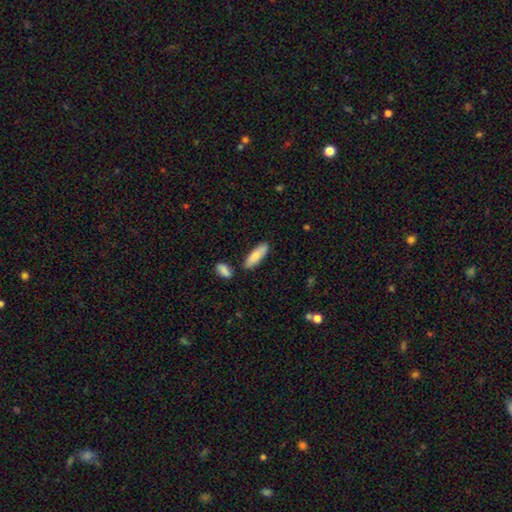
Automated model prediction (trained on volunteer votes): smooth 82%, featured or disk 12%, star or artifact 6%. Down the decision tree: how rounded — in between (49%, tied with cigar-shaped); merging — none (82%).